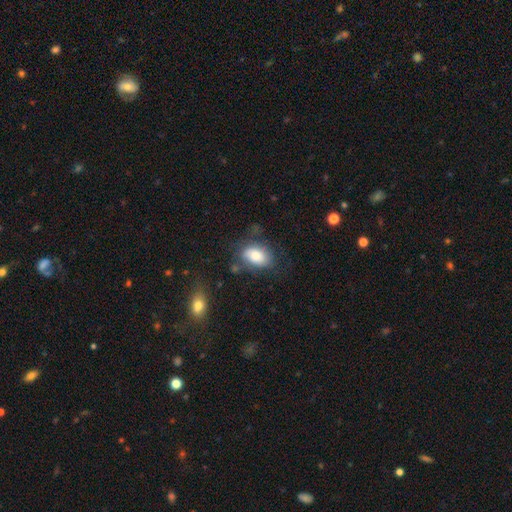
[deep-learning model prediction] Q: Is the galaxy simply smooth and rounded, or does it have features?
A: smooth — 78%.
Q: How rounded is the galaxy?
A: in between — 88%.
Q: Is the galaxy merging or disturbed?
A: none — 60%.